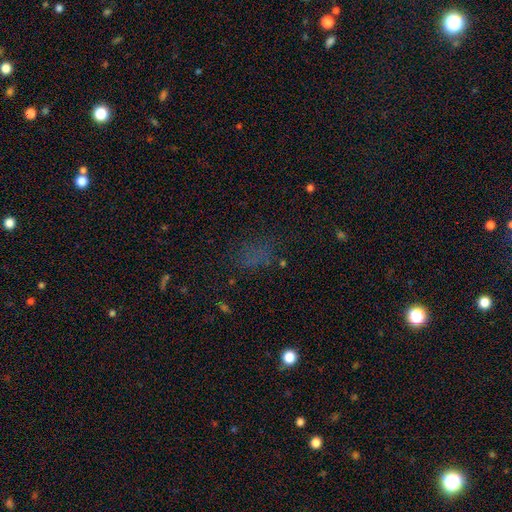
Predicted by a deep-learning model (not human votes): A smooth galaxy with no disk features (51%) that is in between round and cigar-shaped (68%).

Vote fractions:
- Smooth or featured? smooth: 51% / star or artifact: 36% / featured or disk: 13%
- How rounded? in between: 68% / round: 27% / cigar-shaped: 5%
- Merging? none: 63% / minor disturbance: 17% / major disturbance: 16% / merger: 4%